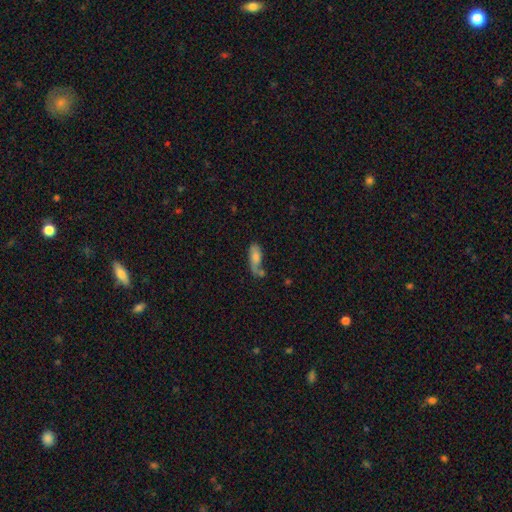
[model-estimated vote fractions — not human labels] This is likely a smooth galaxy (63%). How rounded: likely in between (73%). Merging: marginally none (37%).